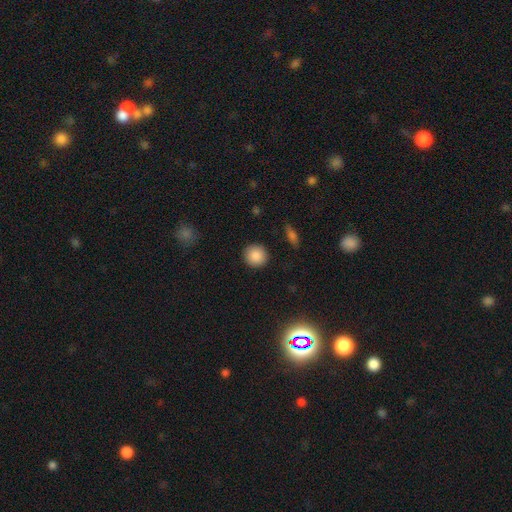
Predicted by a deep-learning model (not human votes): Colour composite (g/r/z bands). It shows a smooth galaxy with no disk features (88%) that is round (91%). Merging: none (90%).